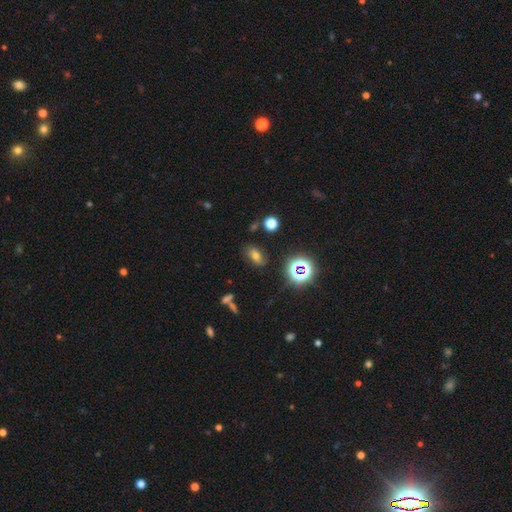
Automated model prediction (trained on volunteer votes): Q: Smooth or featured?
A: smooth (57%); runner-up: star or artifact (26%)
Q: How rounded?
A: in between (80%); runner-up: round (15%)
Q: Merging?
A: none (78%); runner-up: minor disturbance (14%)